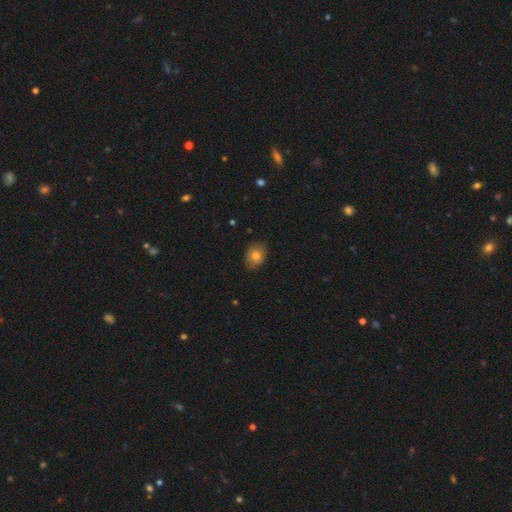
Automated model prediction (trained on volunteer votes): Smooth or featured? Predicted: smooth (p=0.76). How rounded? Predicted: in between (p=0.66). Merging? Predicted: none (p=0.83).